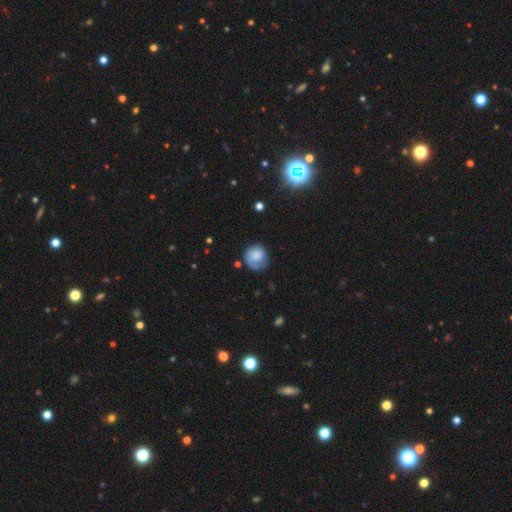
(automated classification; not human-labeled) Q: Smooth or featured?
A: smooth (62%); runner-up: featured or disk (30%)
Q: How rounded?
A: round (81%); runner-up: in between (18%)
Q: Merging?
A: none (54%); runner-up: minor disturbance (25%)